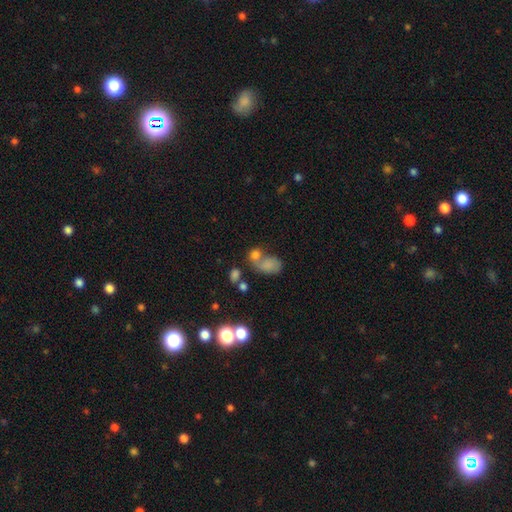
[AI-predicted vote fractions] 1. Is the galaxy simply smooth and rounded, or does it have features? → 70% smooth, 16% star or artifact, 14% featured or disk.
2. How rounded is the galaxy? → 60% in between, 38% round, 2% cigar-shaped.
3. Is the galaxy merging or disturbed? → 53% merger, 28% none, 10% minor disturbance, 9% major disturbance.